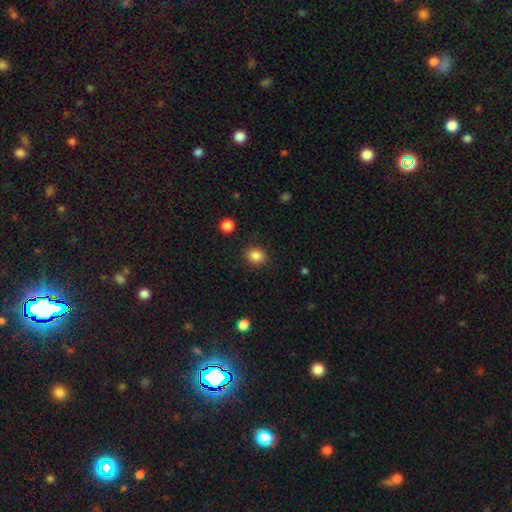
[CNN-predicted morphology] smooth_or_featured: smooth (p=0.86) [alt: star or artifact p=0.10]
how_rounded: round (p=0.67) [alt: in between p=0.32]
merging: none (p=0.87) [alt: minor disturbance p=0.08]